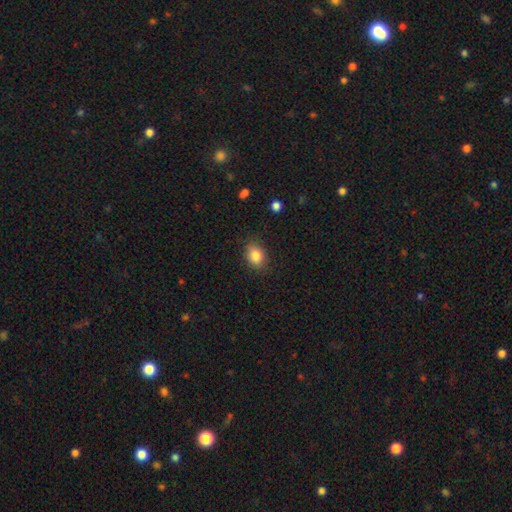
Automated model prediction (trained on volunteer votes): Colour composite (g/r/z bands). It shows a smooth galaxy with no disk features (84%) that is in between round and cigar-shaped (65%). Merging: none (84%).